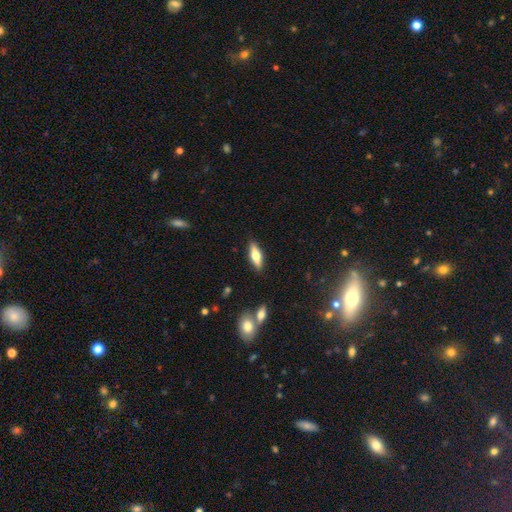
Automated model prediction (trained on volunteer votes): The model was most divided on "how rounded" (2-way tie): in between: 49%, cigar-shaped: 49%, round: 2%. More confident: merging — none (88%); smooth or featured — smooth (59%).